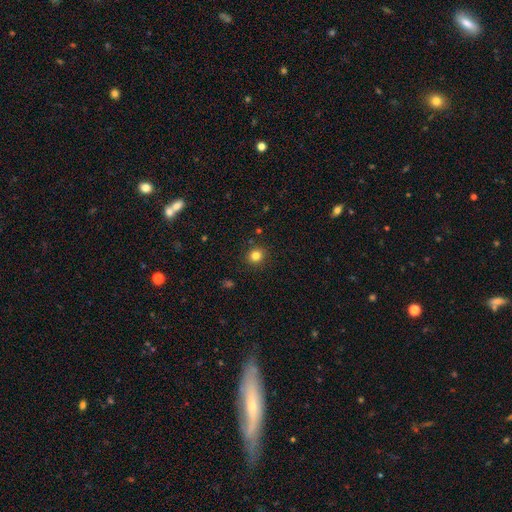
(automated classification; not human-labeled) Morphology: type=smooth (82%); roundness=round (81%); merging=none (90%).